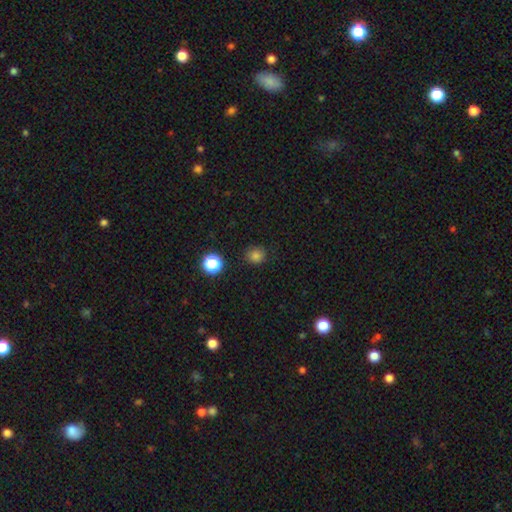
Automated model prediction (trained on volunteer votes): Smooth or featured?
  - smooth: 80% *
  - star or artifact: 16%
  - featured or disk: 4%
How rounded?
  - round: 83% *
  - in between: 16%
  - cigar-shaped: 1%
Merging?
  - none: 84% *
  - minor disturbance: 11%
  - major disturbance: 3%
  - merger: 2%